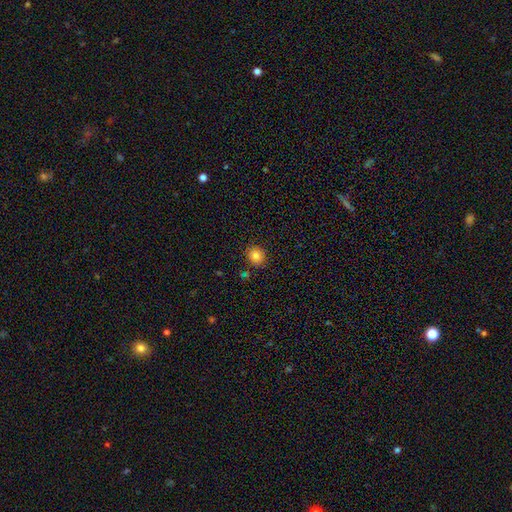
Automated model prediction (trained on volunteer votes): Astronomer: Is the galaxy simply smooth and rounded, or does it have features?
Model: smooth — 83%.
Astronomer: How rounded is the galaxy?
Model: round — 85%.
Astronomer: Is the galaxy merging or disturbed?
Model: none — 86%.